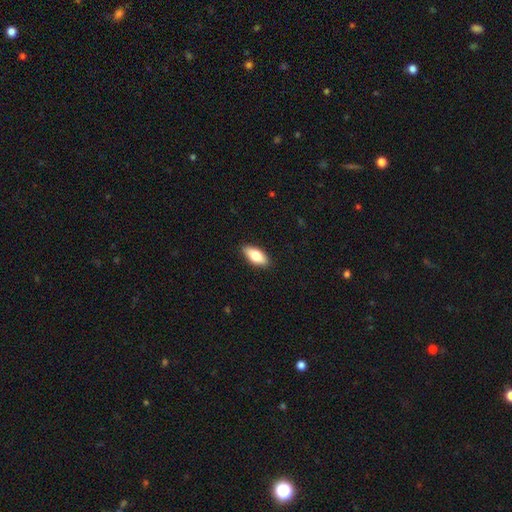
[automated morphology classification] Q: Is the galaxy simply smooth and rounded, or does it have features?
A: smooth — 74%.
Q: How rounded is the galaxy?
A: in between — 83%.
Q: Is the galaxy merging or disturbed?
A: none — 89%.